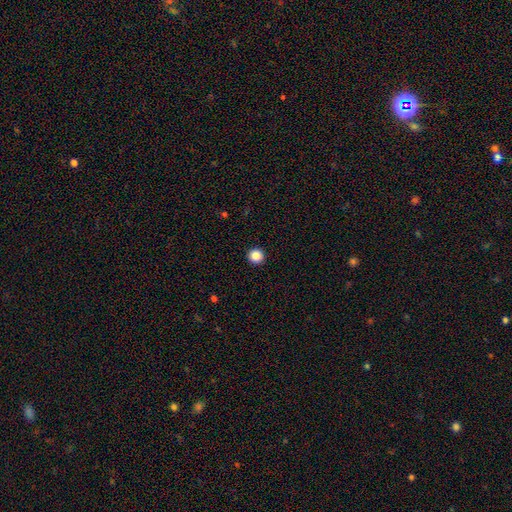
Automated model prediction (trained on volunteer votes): Morphology: type=smooth (87%); roundness=round (96%); merging=none (94%).